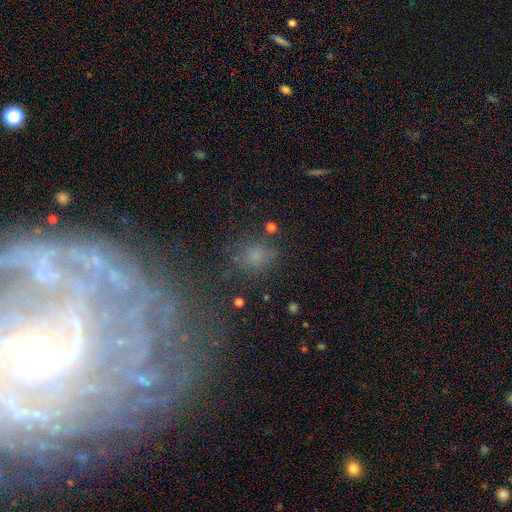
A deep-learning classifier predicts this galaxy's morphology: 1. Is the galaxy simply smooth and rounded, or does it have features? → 65% smooth, 23% star or artifact, 12% featured or disk.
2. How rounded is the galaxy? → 59% round, 39% in between, 3% cigar-shaped.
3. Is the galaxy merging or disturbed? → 70% none, 16% minor disturbance, 9% major disturbance, 5% merger.